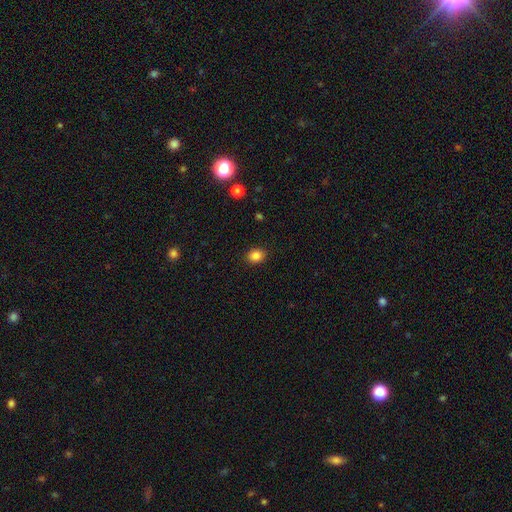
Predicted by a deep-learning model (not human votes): smooth_or_featured: smooth (p=0.86) [alt: star or artifact p=0.10]
how_rounded: round (p=0.53) [alt: in between p=0.47]
merging: none (p=0.90) [alt: minor disturbance p=0.07]